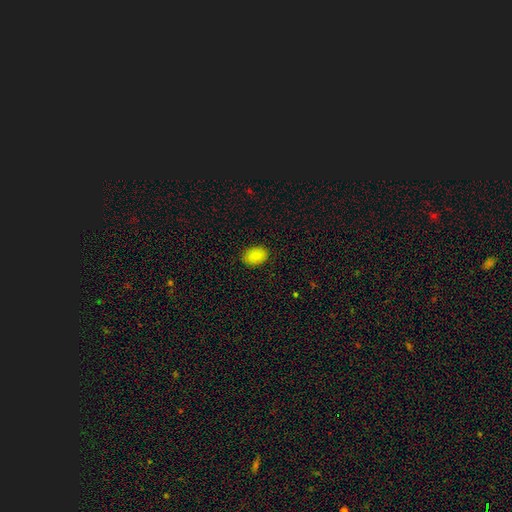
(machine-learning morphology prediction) A smooth galaxy with no disk features (84%) that is in between round and cigar-shaped (82%).

Vote fractions:
- Smooth or featured? smooth: 84% / star or artifact: 8% / featured or disk: 8%
- How rounded? in between: 82% / round: 17% / cigar-shaped: 1%
- Merging? none: 87% / minor disturbance: 10% / major disturbance: 2% / merger: 1%